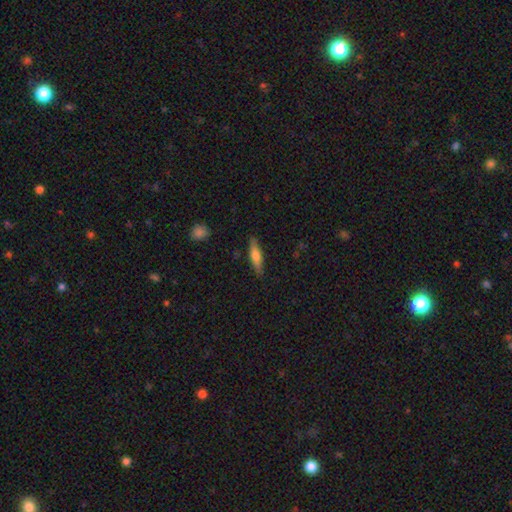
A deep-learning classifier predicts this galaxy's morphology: Smooth or featured: smooth — 57% (featured or disk — 37%)
How rounded: cigar-shaped — 73% (in between — 24%)
Merging: none — 87% (minor disturbance — 10%)